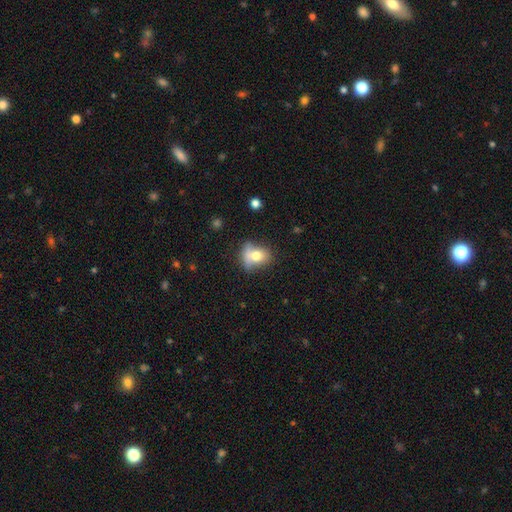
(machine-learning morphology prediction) type=smooth (71%); roundness=in between (49%, tied with round); merging=none (38%).